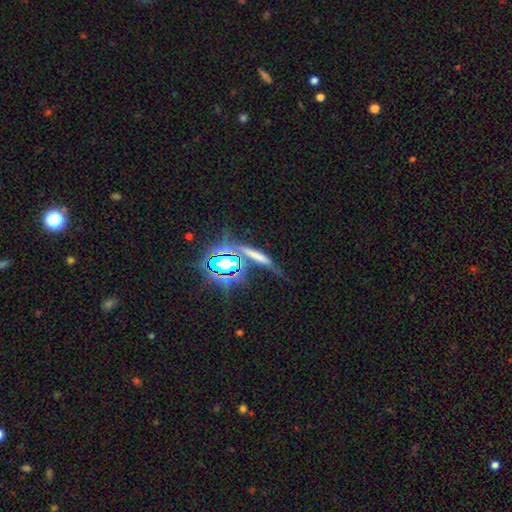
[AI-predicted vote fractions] Smooth or featured? smooth (46%)
Merging? none (57%)